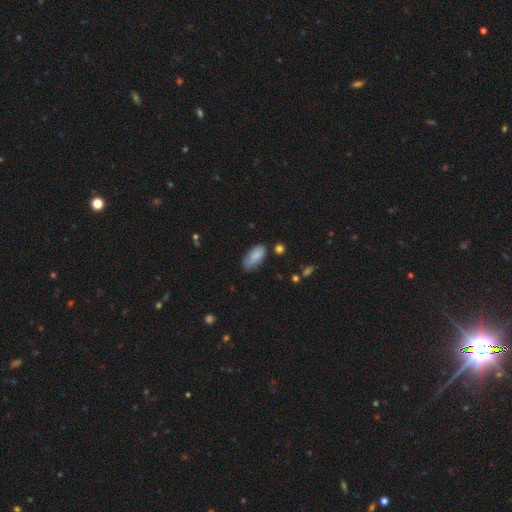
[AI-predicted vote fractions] Smooth or featured? Predicted: smooth (p=0.84). How rounded? Predicted: in between (p=0.89). Merging? Predicted: none (p=0.64).